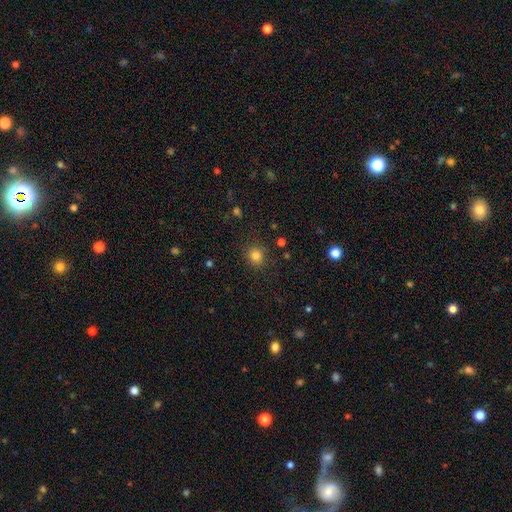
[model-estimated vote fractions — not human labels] smooth 83%, star or artifact 13%, featured or disk 5%. Down the decision tree: how rounded — round (86%); merging — none (86%).